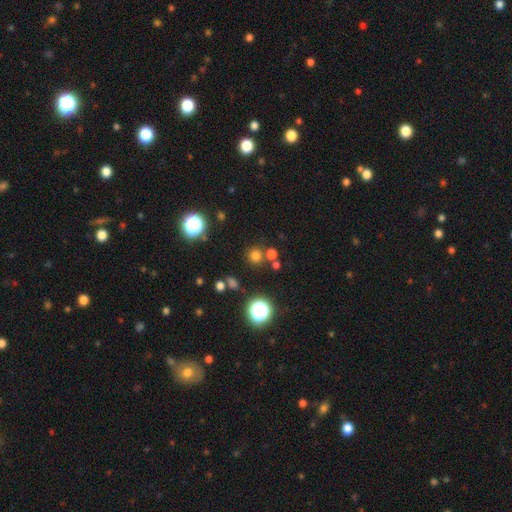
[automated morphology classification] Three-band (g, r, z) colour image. It shows a smooth galaxy with no disk features (69%) that is round (92%). Merging: none (78%).